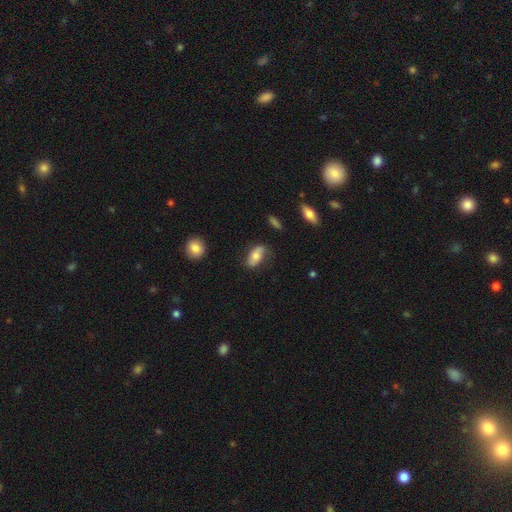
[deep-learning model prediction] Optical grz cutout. It shows a smooth galaxy with no disk features (65%) that is in between round and cigar-shaped (89%). Merging: none (66%).